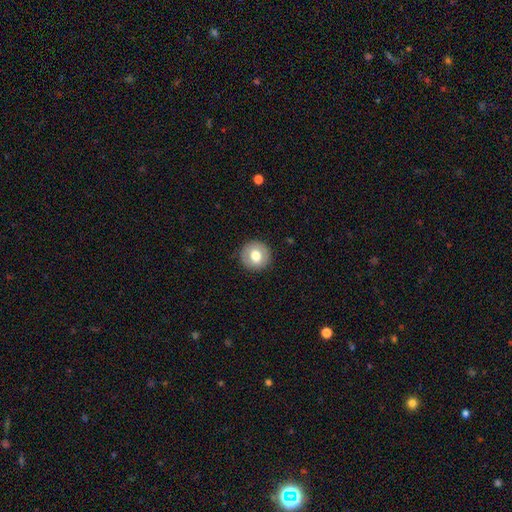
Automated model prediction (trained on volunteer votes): Smooth or featured: smooth — 70% (featured or disk — 22%)
How rounded: round — 91% (in between — 8%)
Merging: none — 89% (minor disturbance — 7%)